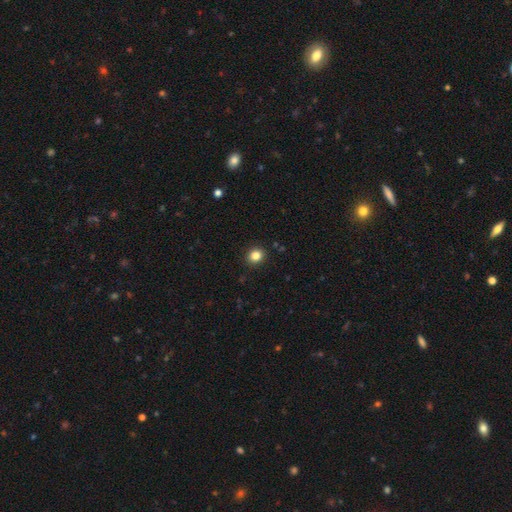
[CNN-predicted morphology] A smooth galaxy with no disk features (84%) that is round (77%). Merging: none (91%).